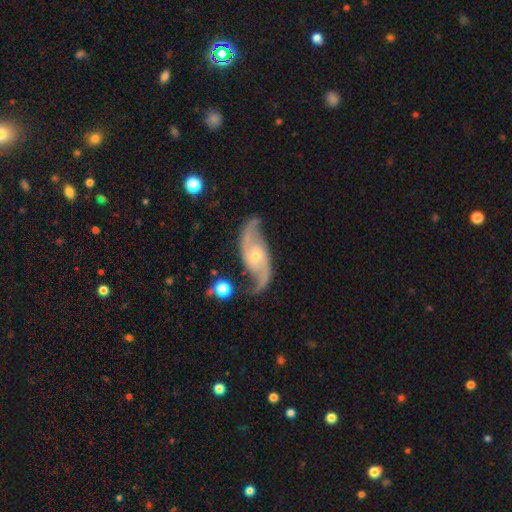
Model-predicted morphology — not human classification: Q: Smooth or featured?
A: featured or disk (92%); runner-up: star or artifact (5%)
Q: Edge-on disk?
A: no (96%); runner-up: yes (4%)
Q: Bar?
A: no (63%); runner-up: weak (28%)
Q: Spiral arms?
A: yes (98%); runner-up: no (2%)
Q: Spiral winding?
A: loose (45%); runner-up: medium (44%)
Q: Spiral arm count?
A: 2 (93%); runner-up: can't tell (2%)
Q: Bulge size?
A: small (56%); runner-up: moderate (40%)
Q: Merging?
A: none (76%); runner-up: minor disturbance (15%)